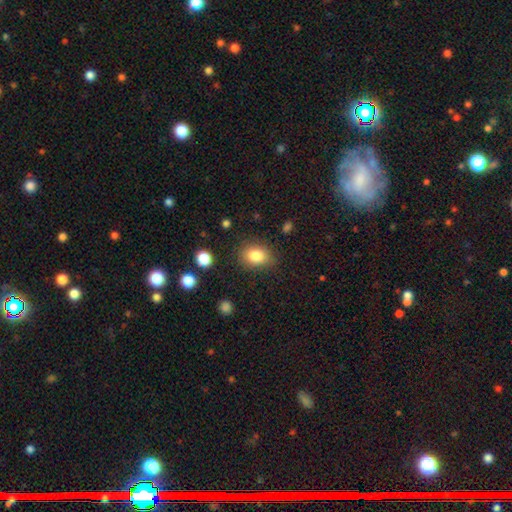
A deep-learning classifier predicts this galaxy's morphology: Smooth or featured: smooth — 83% (star or artifact — 10%)
How rounded: in between — 62% (round — 37%)
Merging: none — 81% (minor disturbance — 13%)